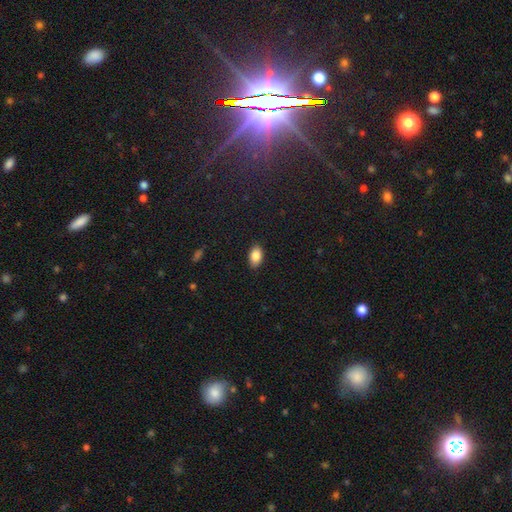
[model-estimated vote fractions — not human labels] A smooth galaxy with no disk features (86%) that is in between round and cigar-shaped (91%). Merging: none (87%).